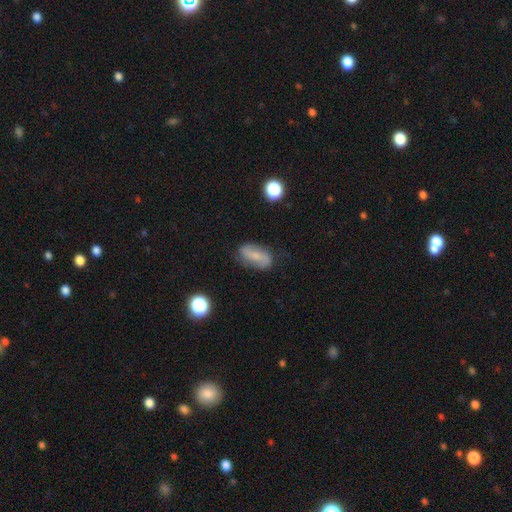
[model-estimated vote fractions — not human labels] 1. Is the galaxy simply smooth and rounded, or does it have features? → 46% featured or disk, 45% smooth, 10% star or artifact.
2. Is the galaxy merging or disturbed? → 72% none, 20% minor disturbance, 6% major disturbance, 2% merger.